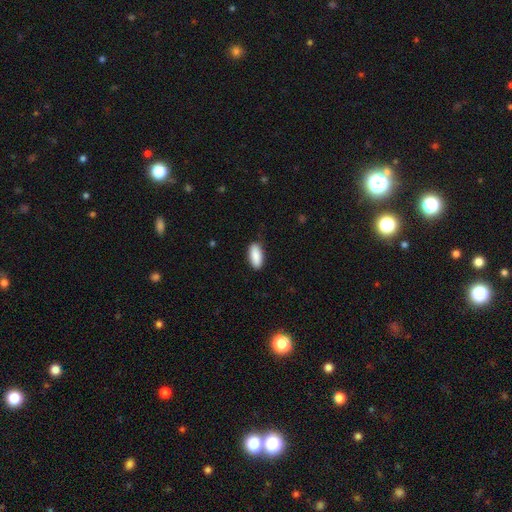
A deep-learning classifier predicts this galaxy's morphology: Smooth or featured? Predicted: smooth (p=0.90). How rounded? Predicted: in between (p=0.86). Merging? Predicted: none (p=0.86).